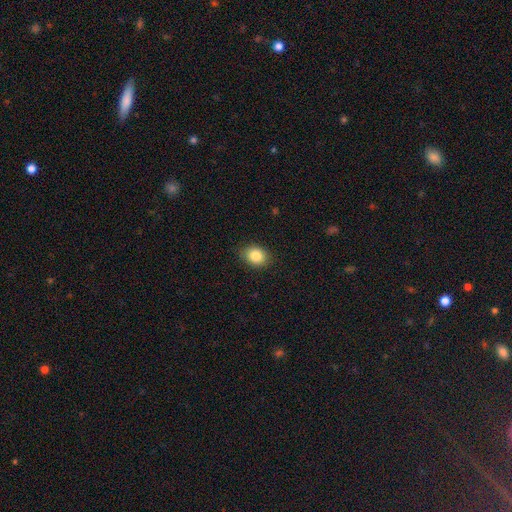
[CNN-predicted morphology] Q: Smooth or featured?
A: smooth (84%); runner-up: star or artifact (9%)
Q: How rounded?
A: in between (55%); runner-up: round (45%)
Q: Merging?
A: none (87%); runner-up: minor disturbance (10%)